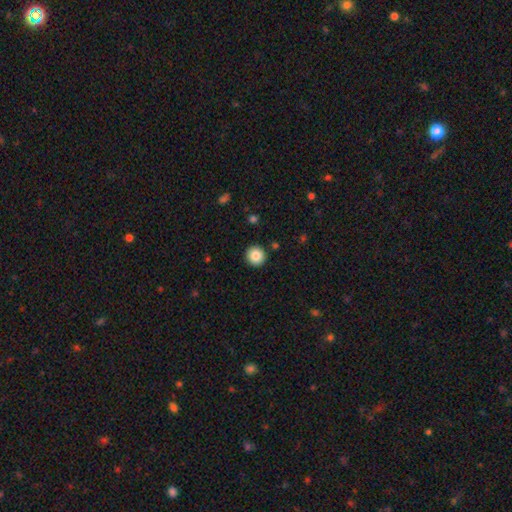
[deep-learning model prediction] A smooth galaxy with no disk features (86%) that is round (95%). Merging: none (92%).